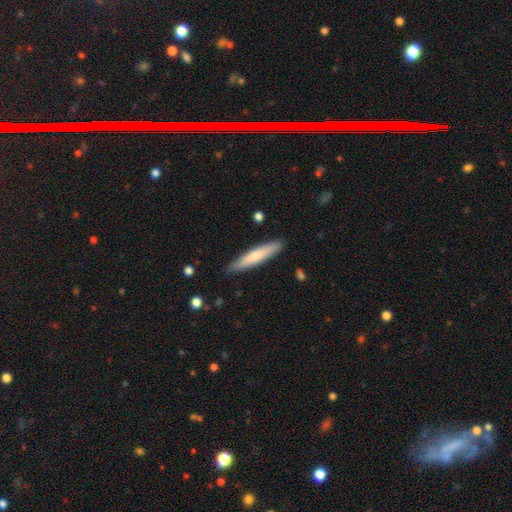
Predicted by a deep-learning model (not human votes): Overall: smooth (68%). How rounded: cigar-shaped (90%). Merging: none (88%).